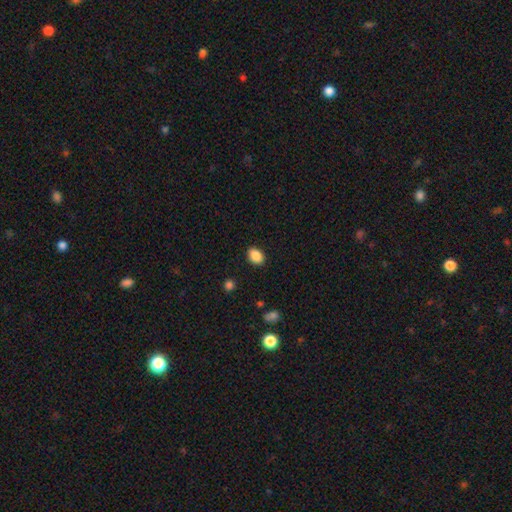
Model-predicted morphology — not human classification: smooth 88%, star or artifact 8%, featured or disk 3%. Down the decision tree: how rounded — in between (79%); merging — none (88%).